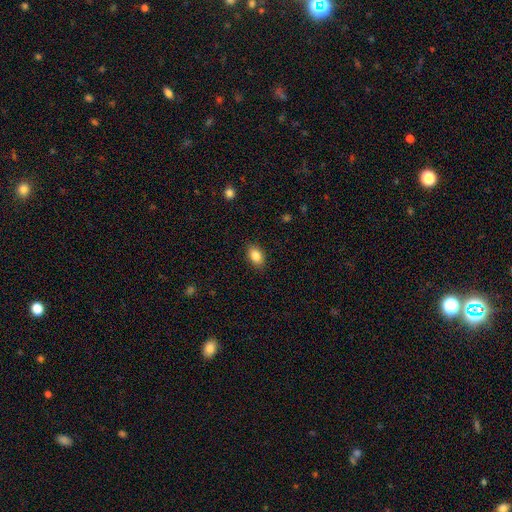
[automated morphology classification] This is clearly a smooth galaxy (86%). How rounded: clearly in between (87%). Merging: clearly none (88%).